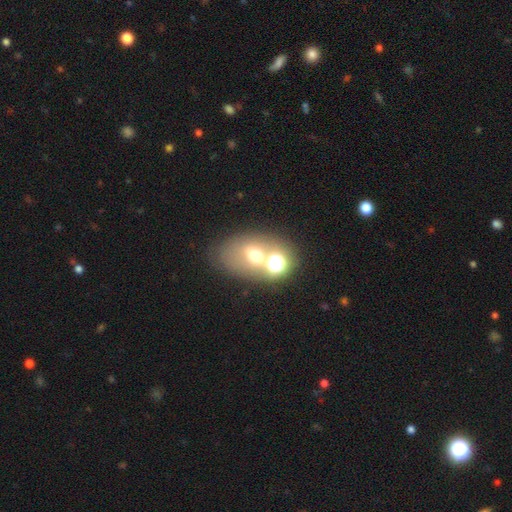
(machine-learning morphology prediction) Smooth or featured? smooth (53%)
How rounded? in between (58%)
Merging? none (43%)